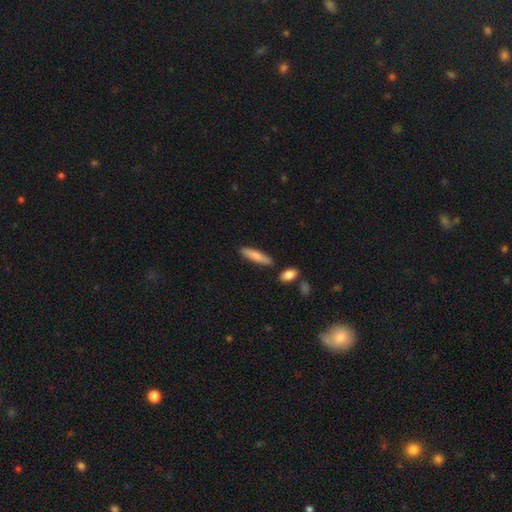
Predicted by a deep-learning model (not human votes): smooth_or_featured: smooth (p=0.81) [alt: featured or disk p=0.13]
how_rounded: cigar-shaped (p=0.74) [alt: in between p=0.24]
merging: none (p=0.84) [alt: minor disturbance p=0.10]